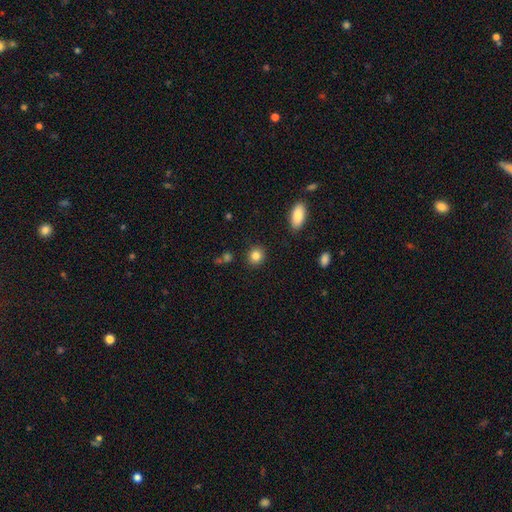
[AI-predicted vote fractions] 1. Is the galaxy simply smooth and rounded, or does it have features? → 85% smooth, 10% star or artifact, 6% featured or disk.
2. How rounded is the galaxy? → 81% round, 18% in between, 1% cigar-shaped.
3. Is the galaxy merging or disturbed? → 88% none, 7% minor disturbance, 2% major disturbance, 2% merger.